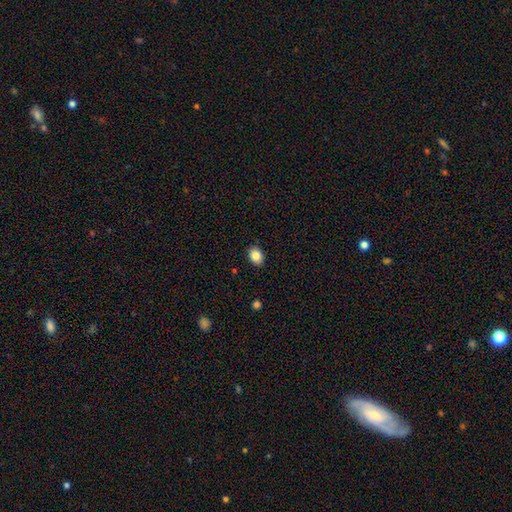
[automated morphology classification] Overall: smooth (85%). How rounded: in between (71%). Merging: none (89%).